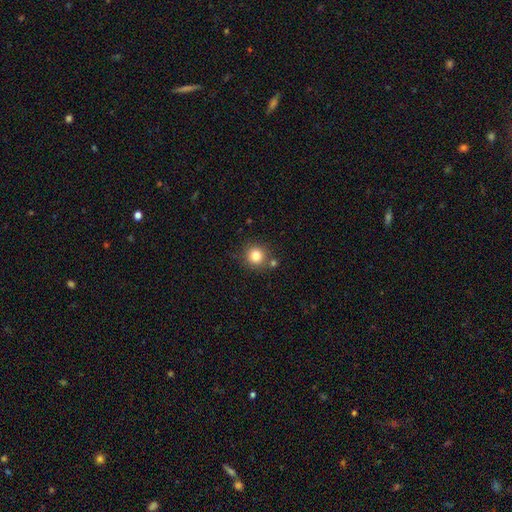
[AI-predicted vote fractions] This appears to be a smooth galaxy with no disk features (82%) that is round (92%). Merging: none (78%).